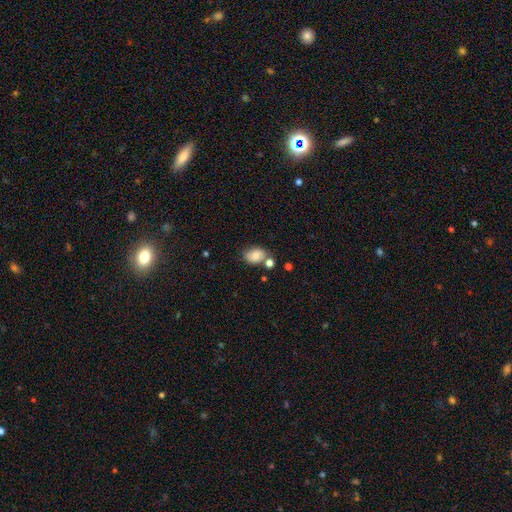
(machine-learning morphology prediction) type=smooth (75%); roundness=in between (75%); merging=none (60%).